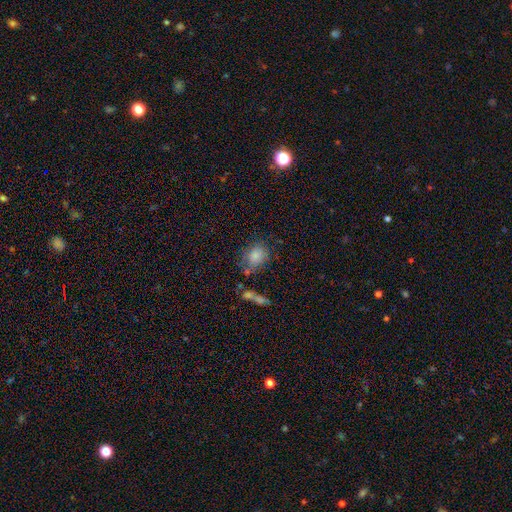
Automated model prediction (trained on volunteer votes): Smooth or featured? Predicted: smooth (p=0.80). How rounded? Predicted: in between (p=0.60). Merging? Predicted: none (p=0.59).